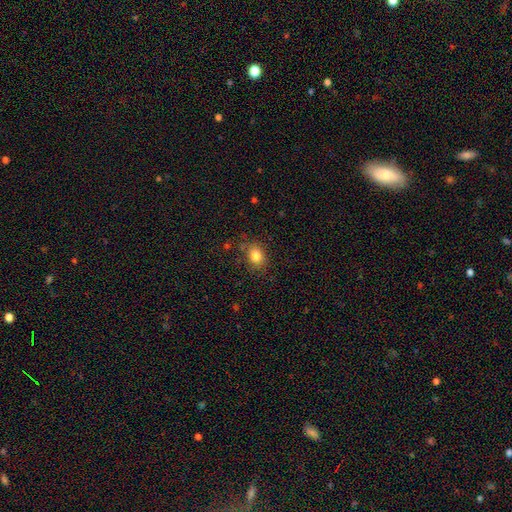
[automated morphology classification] A smooth galaxy with no disk features (82%) that is in between round and cigar-shaped (55%).

Vote fractions:
- Smooth or featured? smooth: 82% / star or artifact: 11% / featured or disk: 7%
- How rounded? in between: 55% / round: 44% / cigar-shaped: 1%
- Merging? none: 80% / minor disturbance: 14% / major disturbance: 4% / merger: 2%